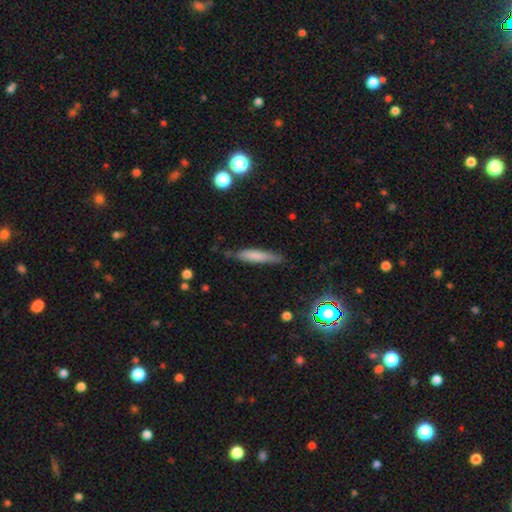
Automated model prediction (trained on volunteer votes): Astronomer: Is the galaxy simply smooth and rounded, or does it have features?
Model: smooth — 72%.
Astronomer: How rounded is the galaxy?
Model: cigar-shaped — 85%.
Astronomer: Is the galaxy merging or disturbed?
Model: none — 75%.